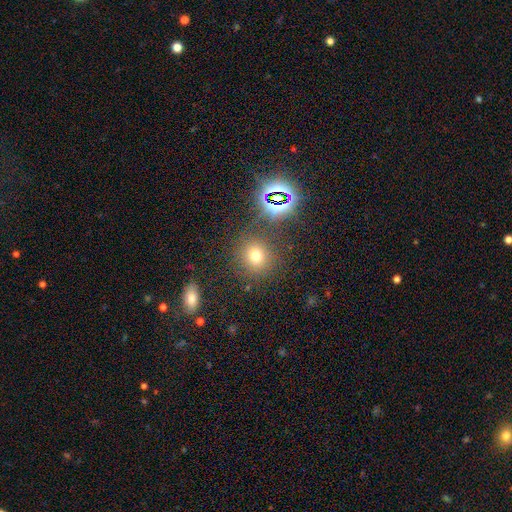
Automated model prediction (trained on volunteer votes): Smooth or featured? Predicted: smooth (p=0.67). How rounded? Predicted: round (p=0.86). Merging? Predicted: none (p=0.84).